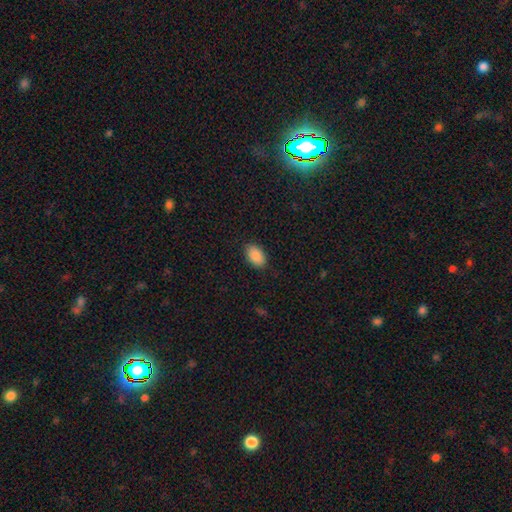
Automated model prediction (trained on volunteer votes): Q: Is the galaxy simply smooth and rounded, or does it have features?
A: smooth — 90%.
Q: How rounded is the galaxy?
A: in between — 92%.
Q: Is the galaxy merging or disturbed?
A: none — 88%.